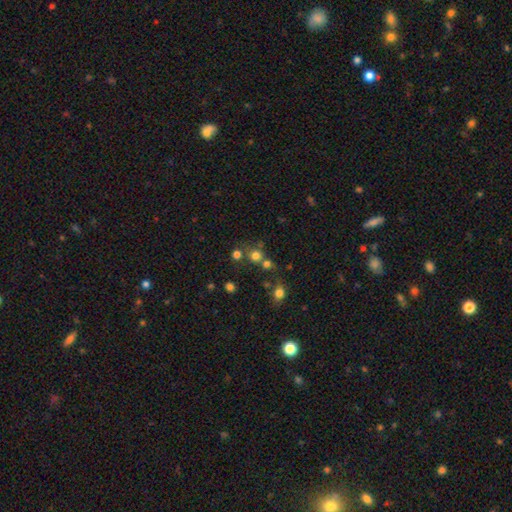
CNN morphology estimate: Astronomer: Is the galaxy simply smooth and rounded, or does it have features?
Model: smooth — 70%.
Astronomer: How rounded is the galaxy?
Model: round — 89%.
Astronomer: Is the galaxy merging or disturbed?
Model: none — 59%.